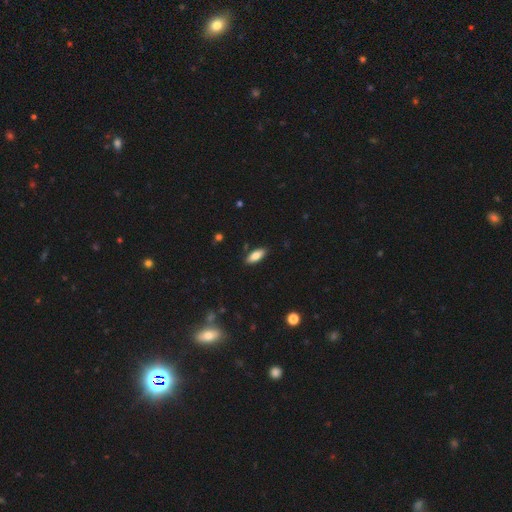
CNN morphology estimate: Overall: smooth (83%). How rounded: in between (76%). Merging: none (88%).